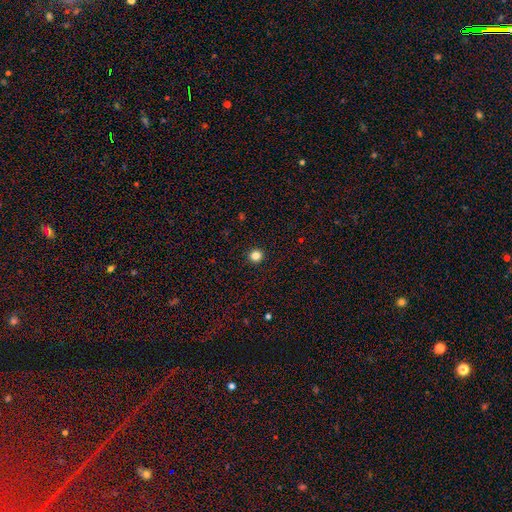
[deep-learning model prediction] Smooth or featured? Predicted: smooth (p=0.84). How rounded? Predicted: round (p=0.94). Merging? Predicted: none (p=0.94).